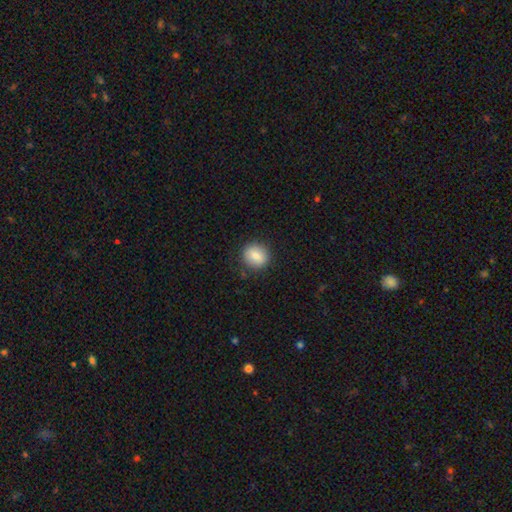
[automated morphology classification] Q: Smooth or featured?
A: smooth (84%); runner-up: featured or disk (8%)
Q: How rounded?
A: round (79%); runner-up: in between (20%)
Q: Merging?
A: none (86%); runner-up: minor disturbance (10%)